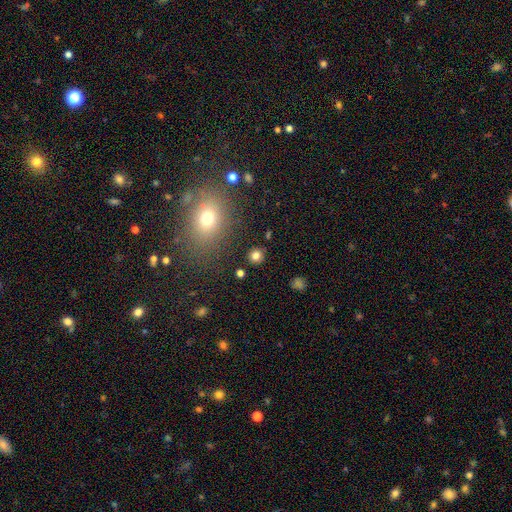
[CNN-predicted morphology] A smooth galaxy with no disk features (79%) that is round (88%). Merging: none (88%).